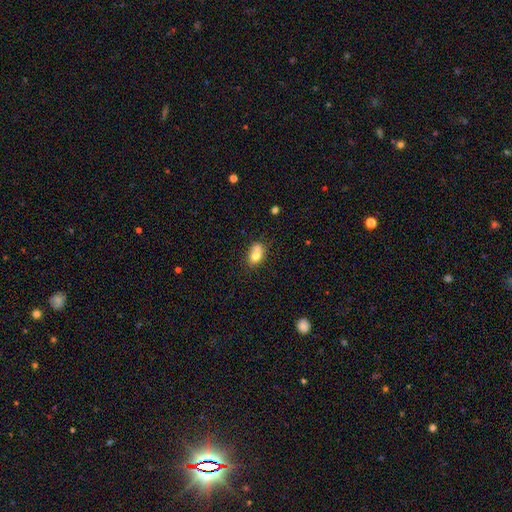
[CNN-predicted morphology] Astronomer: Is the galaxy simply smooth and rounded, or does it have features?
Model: smooth — 72%.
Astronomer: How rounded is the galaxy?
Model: in between — 69%.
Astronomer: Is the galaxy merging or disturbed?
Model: none — 43% (runner-up: merger, 35%).